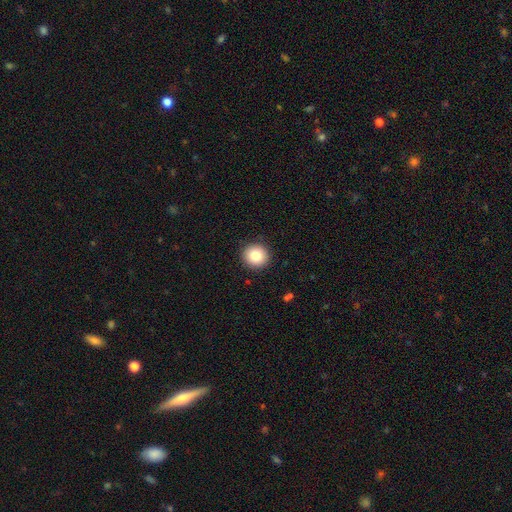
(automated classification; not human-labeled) smooth-or-featured: smooth: 82% | star or artifact: 10% | featured or disk: 8%
  how-rounded: round: 93% | in between: 6% | cigar-shaped: 1%
  merging: none: 91% | minor disturbance: 6% | major disturbance: 2% | merger: 1%